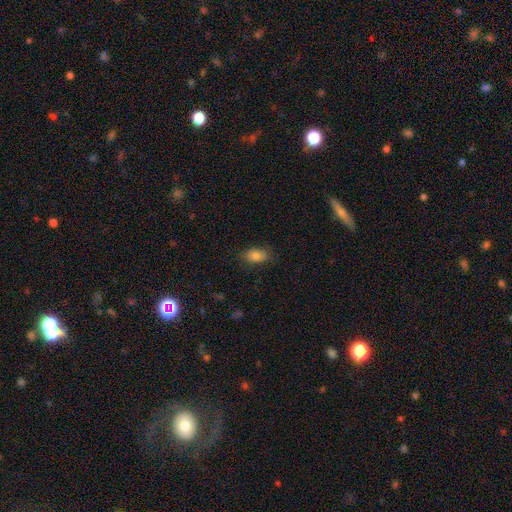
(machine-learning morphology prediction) Q: Smooth or featured?
A: smooth (83%); runner-up: star or artifact (9%)
Q: How rounded?
A: in between (88%); runner-up: round (9%)
Q: Merging?
A: none (76%); runner-up: minor disturbance (18%)